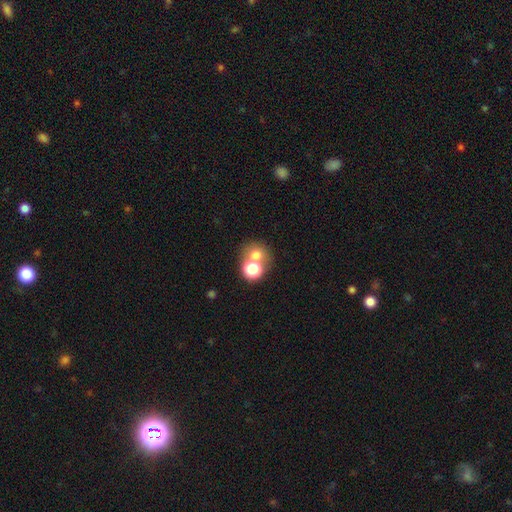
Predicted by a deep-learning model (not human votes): Smooth or featured? Predicted: smooth (p=0.67). How rounded? Predicted: round (p=0.77). Merging? Predicted: none (p=0.45).